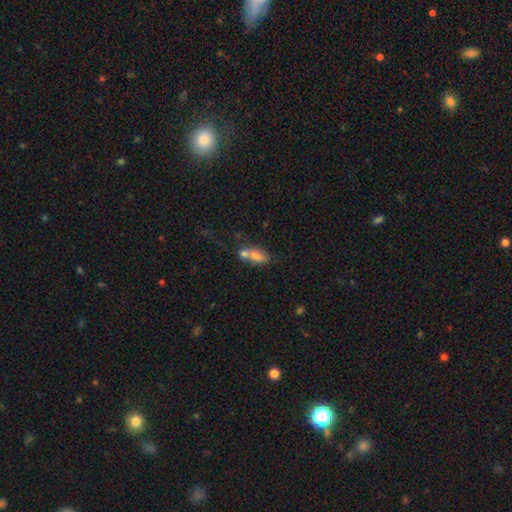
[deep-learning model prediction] The model was most divided on "merging": merger: 54%, none: 28%, minor disturbance: 12%, major disturbance: 7%. More confident: how rounded — in between (80%); smooth or featured — smooth (73%).